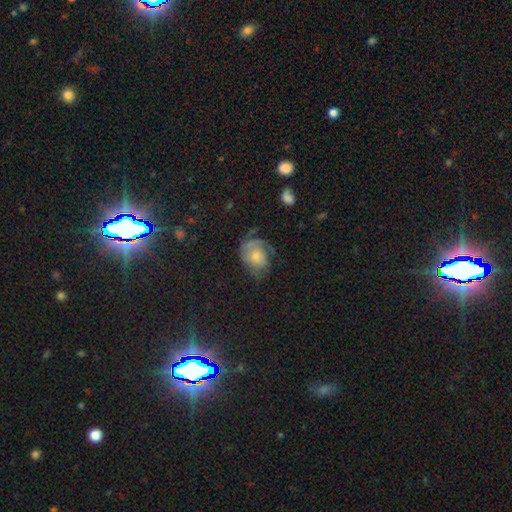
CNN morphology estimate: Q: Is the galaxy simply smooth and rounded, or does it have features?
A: featured or disk — 45%.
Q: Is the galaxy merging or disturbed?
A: none — 48%.